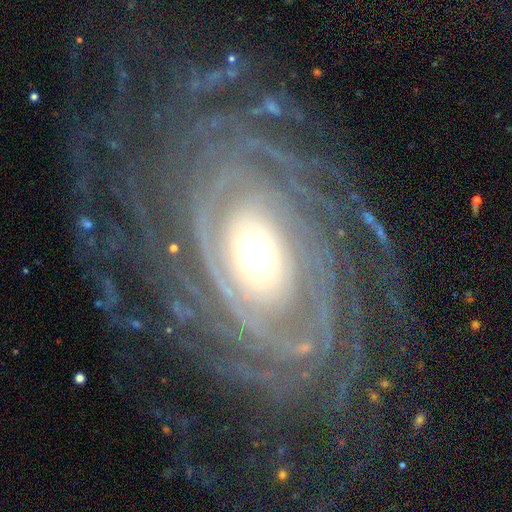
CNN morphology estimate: type=featured or disk (91%); edge-on=no (95%); bar=no (74%); spiral arms=yes (97%); winding=tight (81%); arm count=more than 4 (36%); bulge=moderate (60%); merging=none (75%).